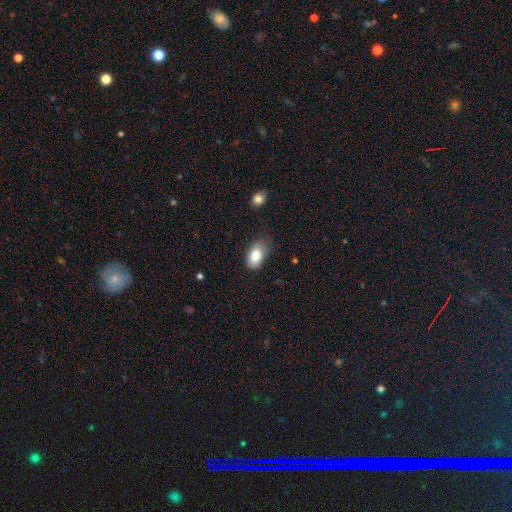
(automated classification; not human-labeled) A smooth galaxy with no disk features (80%) that is in between round and cigar-shaped (90%). Merging: none (68%).